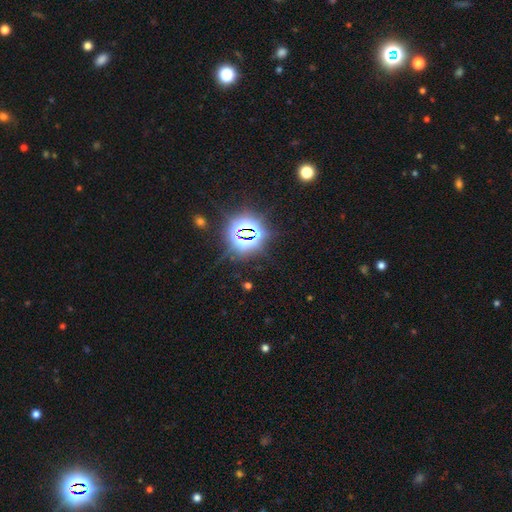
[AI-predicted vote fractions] This appears to be a star or artifact, not a galaxy (83%).